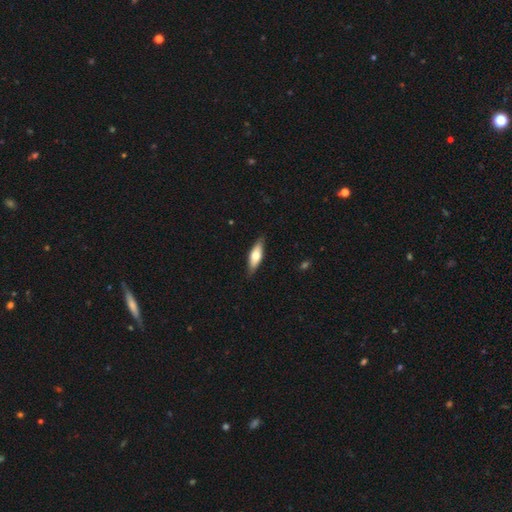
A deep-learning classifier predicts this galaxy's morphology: Smooth or featured? smooth (62%)
How rounded? in between (54%)
Merging? none (85%)